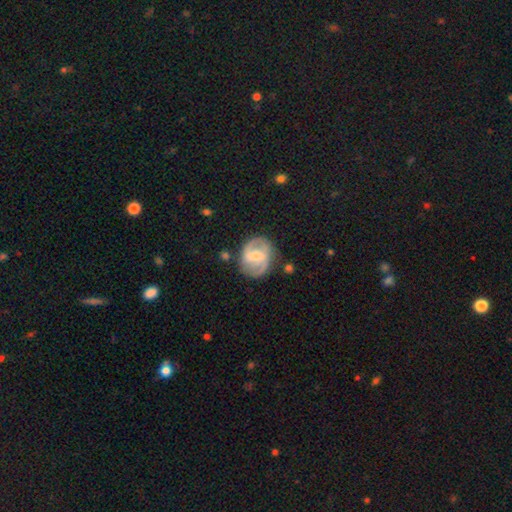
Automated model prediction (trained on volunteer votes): Smooth or featured: featured or disk — 76% (smooth — 19%)
Edge-on disk: no — 97% (yes — 3%)
Bar: weak — 49% (strong — 33%)
Spiral arms: yes — 89% (no — 11%)
Spiral winding: medium — 50% (loose — 27%)
Spiral arm count: 2 — 85% (can't tell — 7%)
Bulge size: small — 50% (moderate — 43%)
Merging: none — 75% (minor disturbance — 16%)